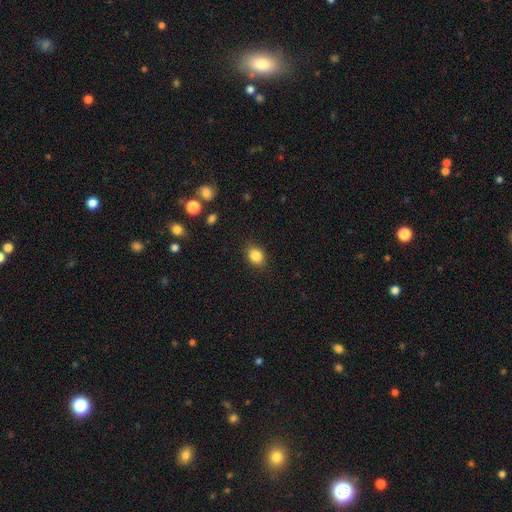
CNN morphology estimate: Smooth or featured?
  - smooth: 86% *
  - star or artifact: 9%
  - featured or disk: 5%
How rounded?
  - in between: 63% *
  - round: 36%
  - cigar-shaped: 1%
Merging?
  - none: 86% *
  - minor disturbance: 11%
  - major disturbance: 3%
  - merger: 1%